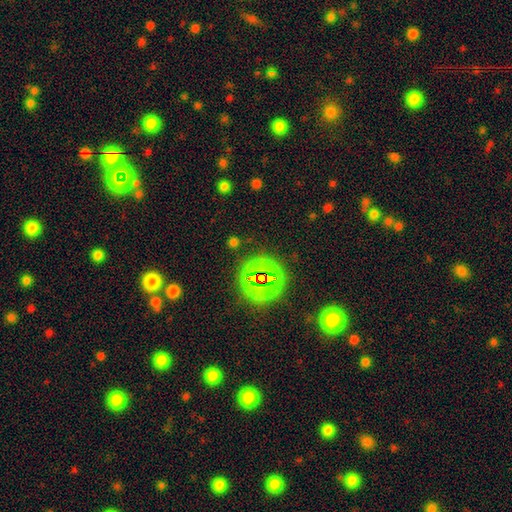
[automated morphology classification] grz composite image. It shows a star or artifact, not a galaxy (70%).